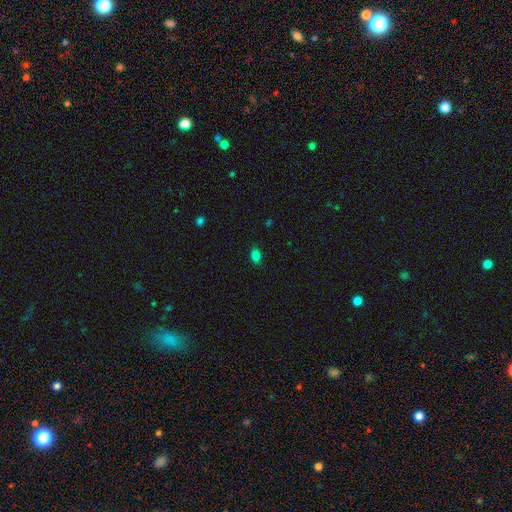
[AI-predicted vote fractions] smooth-or-featured: smooth: 82% | star or artifact: 13% | featured or disk: 4%
  how-rounded: in between: 75% | round: 23% | cigar-shaped: 2%
  merging: none: 84% | minor disturbance: 12% | major disturbance: 2% | merger: 1%